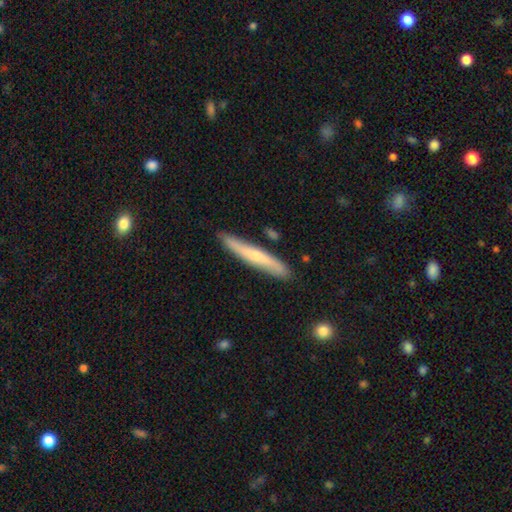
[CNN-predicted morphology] A smooth galaxy with no disk features (50%) that is cigar-shaped (95%).

Vote fractions:
- Smooth or featured? smooth: 50% / featured or disk: 45% / star or artifact: 5%
- How rounded? cigar-shaped: 95% / in between: 4% / round: 1%
- Merging? none: 83% / minor disturbance: 12% / merger: 2% / major disturbance: 2%